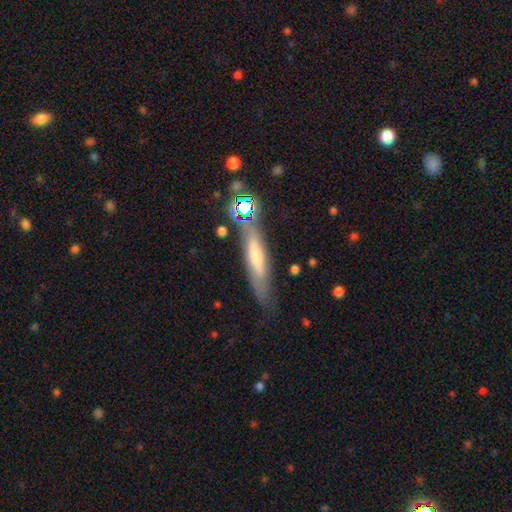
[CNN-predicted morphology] smooth-or-featured: featured or disk: 51% | smooth: 39% | star or artifact: 10%
  disk-edge-on: yes: 69% | no: 31%
  merging: none: 72% | minor disturbance: 17% | major disturbance: 6% | merger: 5%